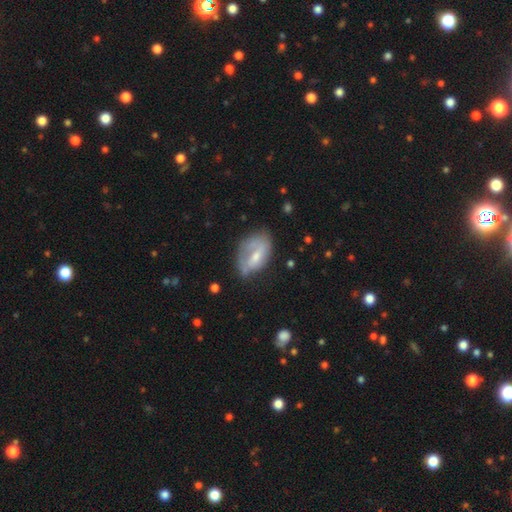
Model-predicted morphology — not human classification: smooth-or-featured: featured or disk: 48% | smooth: 45% | star or artifact: 7%
  merging: none: 45% | minor disturbance: 32% | major disturbance: 20% | merger: 3%